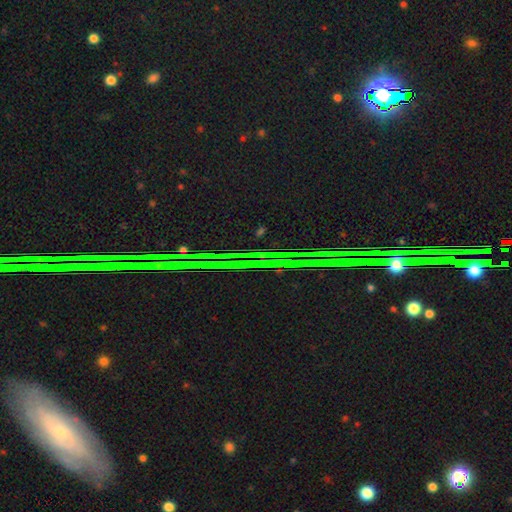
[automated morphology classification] smooth-or-featured: star or artifact: 83% | featured or disk: 9% | smooth: 8%